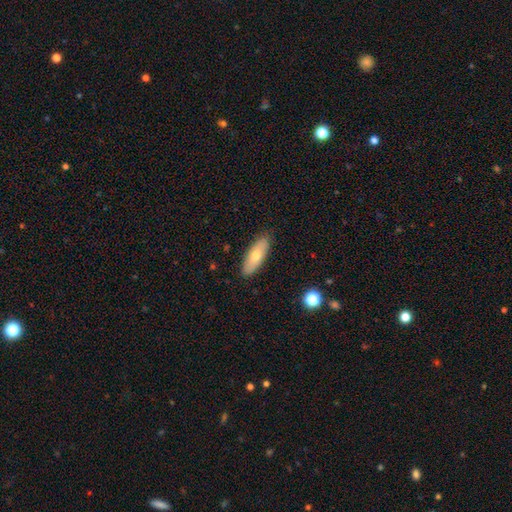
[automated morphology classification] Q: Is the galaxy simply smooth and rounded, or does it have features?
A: smooth — 67%.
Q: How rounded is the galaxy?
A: in between — 61%.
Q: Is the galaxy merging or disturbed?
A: none — 88%.